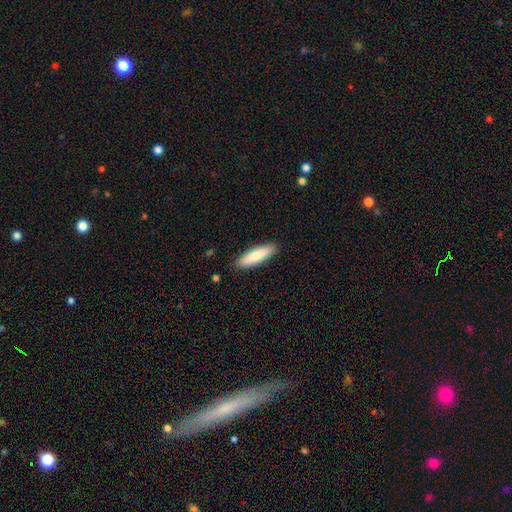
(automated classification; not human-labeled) smooth-or-featured: smooth: 82% | featured or disk: 13% | star or artifact: 5%
  how-rounded: cigar-shaped: 61% | in between: 37% | round: 1%
  merging: none: 89% | minor disturbance: 8% | major disturbance: 2% | merger: 1%